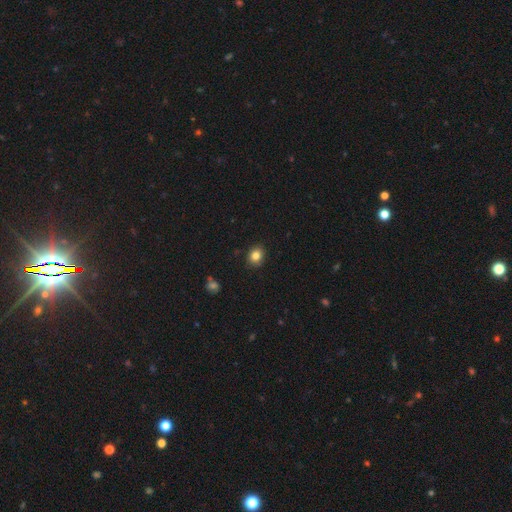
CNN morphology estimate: smooth-or-featured: smooth: 83% | star or artifact: 10% | featured or disk: 6%
  how-rounded: round: 60% | in between: 39% | cigar-shaped: 1%
  merging: none: 89% | minor disturbance: 8% | major disturbance: 2% | merger: 1%